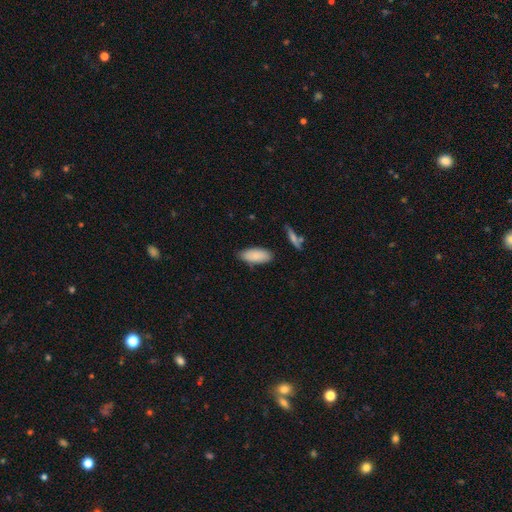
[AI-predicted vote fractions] smooth_or_featured: smooth (p=0.87) [alt: featured or disk p=0.07]
how_rounded: in between (p=0.86) [alt: cigar-shaped p=0.12]
merging: none (p=0.82) [alt: minor disturbance p=0.13]